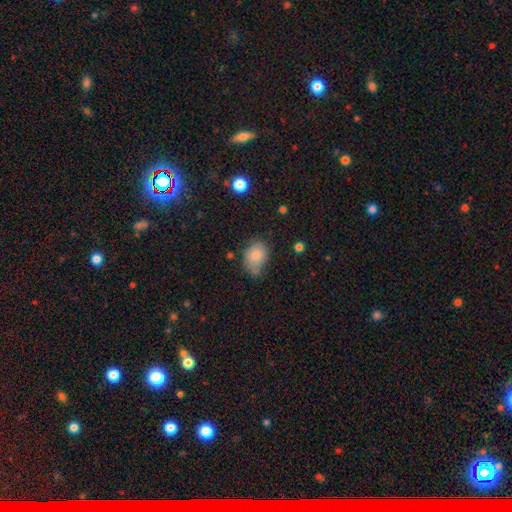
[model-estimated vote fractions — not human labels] A smooth galaxy with no disk features (80%) that is in between round and cigar-shaped (73%).

Vote fractions:
- Smooth or featured? smooth: 80% / featured or disk: 11% / star or artifact: 9%
- How rounded? in between: 73% / round: 26% / cigar-shaped: 1%
- Merging? none: 54% / minor disturbance: 32% / major disturbance: 9% / merger: 5%